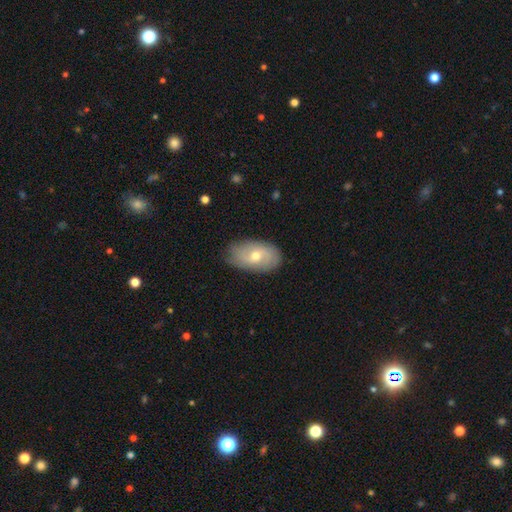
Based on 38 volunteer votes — Q: Smooth or featured?
A: smooth (50%); runner-up: featured or disk (45%)
Q: How rounded?
A: in between (95%); runner-up: round (5%)
Q: Merging?
A: none (83%); runner-up: minor disturbance (17%)